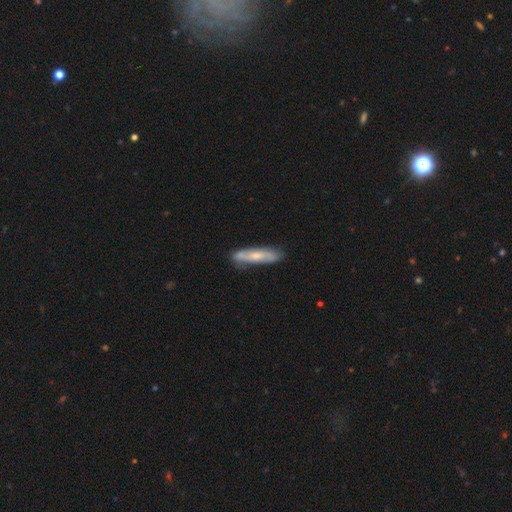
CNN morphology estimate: Overall: smooth (54%; featured or disk 40%). How rounded: cigar-shaped (83%). Merging: none (78%).